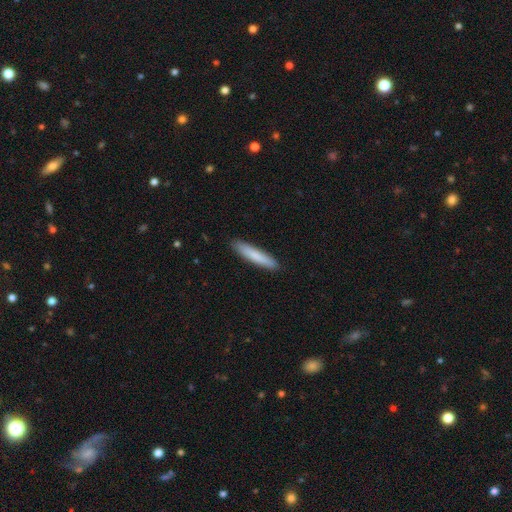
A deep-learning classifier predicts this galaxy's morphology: A smooth galaxy with no disk features (81%) that is cigar-shaped (91%). Merging: none (90%).